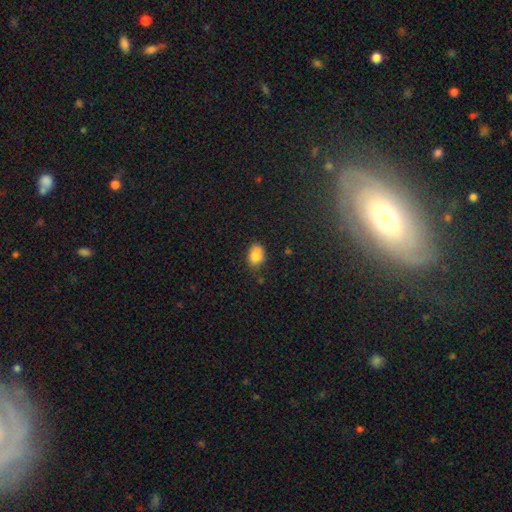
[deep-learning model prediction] smooth 84%, star or artifact 10%, featured or disk 6%. Down the decision tree: how rounded — in between (68%); merging — none (68%).